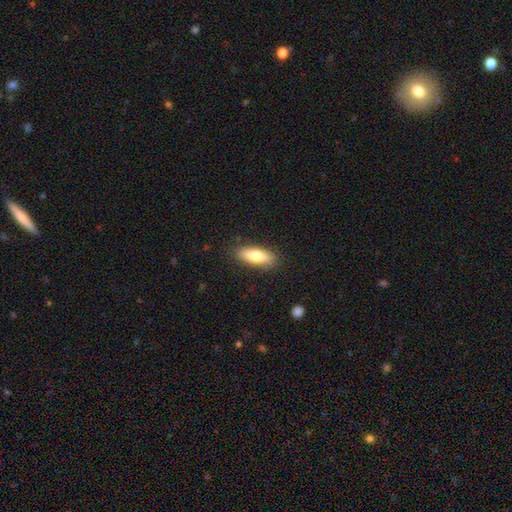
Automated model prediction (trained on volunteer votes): Smooth or featured? smooth (76%)
How rounded? in between (63%)
Merging? none (86%)